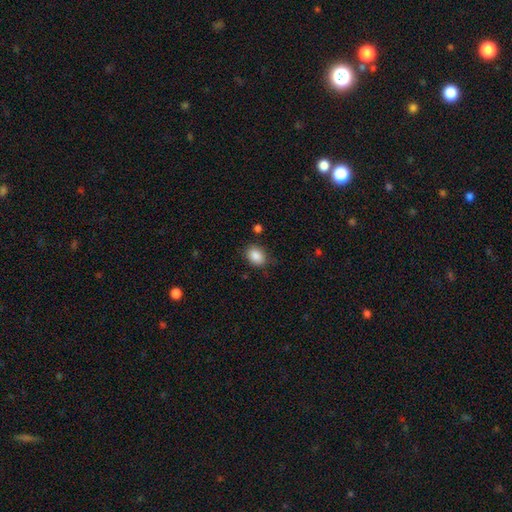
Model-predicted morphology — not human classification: Smooth or featured: smooth — 88% (star or artifact — 8%)
How rounded: in between — 73% (round — 26%)
Merging: none — 79% (minor disturbance — 15%)